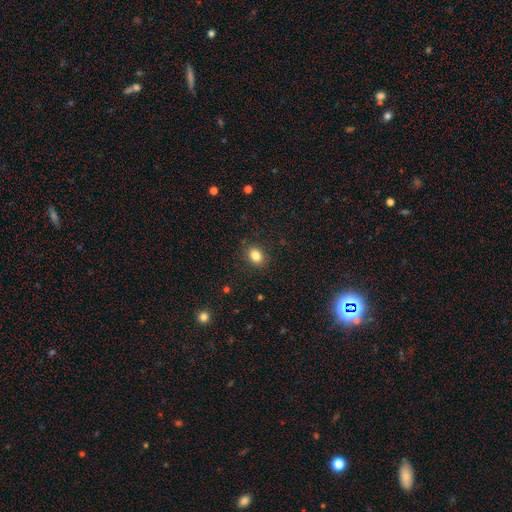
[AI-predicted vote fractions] smooth 84%, star or artifact 10%, featured or disk 6%. Down the decision tree: how rounded — in between (61%); merging — none (86%).